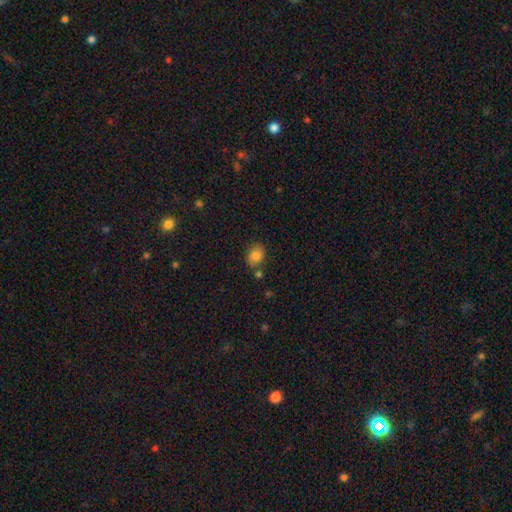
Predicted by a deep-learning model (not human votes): smooth-or-featured: smooth: 83% | star or artifact: 10% | featured or disk: 7%
  how-rounded: in between: 59% | round: 40% | cigar-shaped: 1%
  merging: none: 71% | minor disturbance: 16% | merger: 9% | major disturbance: 4%